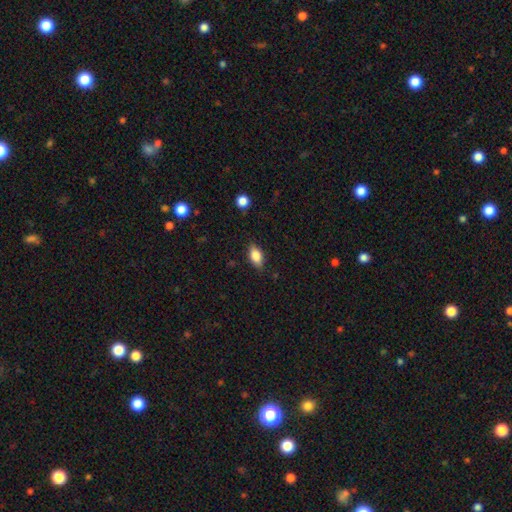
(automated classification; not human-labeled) Morphology: type=smooth (81%); roundness=in between (87%); merging=none (82%).